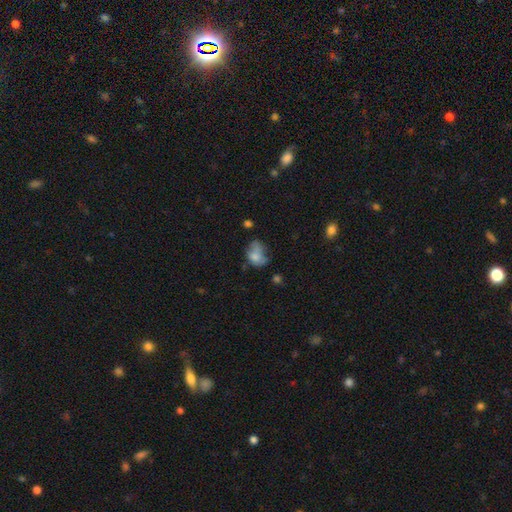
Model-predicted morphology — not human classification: Smooth or featured?
  - smooth: 68% *
  - featured or disk: 21%
  - star or artifact: 11%
How rounded?
  - in between: 70% *
  - round: 29%
  - cigar-shaped: 1%
Merging?
  - minor disturbance: 30% * (tied)
  - major disturbance: 30% * (tied)
  - none: 28%
  - merger: 12%